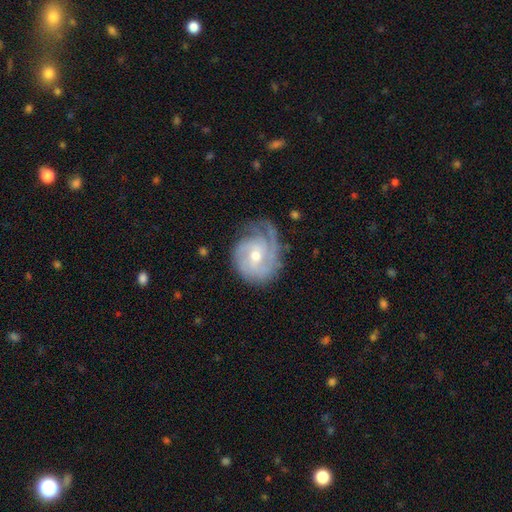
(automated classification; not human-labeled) Smooth or featured? Predicted: featured or disk (p=0.84). Edge-on disk? Predicted: no (p=0.98). Bar? Predicted: no (p=0.60). Spiral arms? Predicted: yes (p=0.95). Spiral winding? Predicted: tight (p=0.62). Spiral arm count? Predicted: 3 (p=0.27). Bulge size? Predicted: moderate (p=0.57). Merging? Predicted: none (p=0.63).